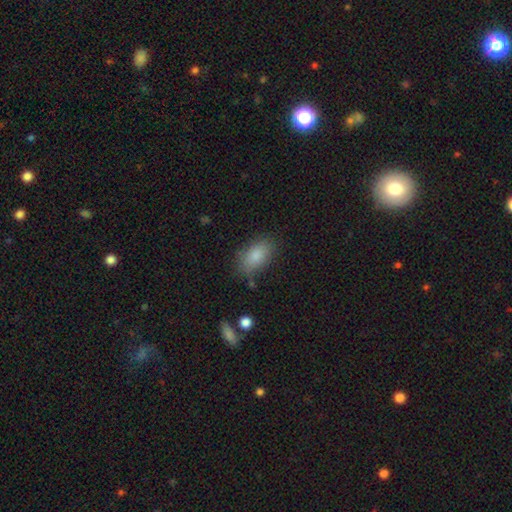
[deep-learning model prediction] Overall: smooth (85%). How rounded: in between (90%). Merging: none (77%).